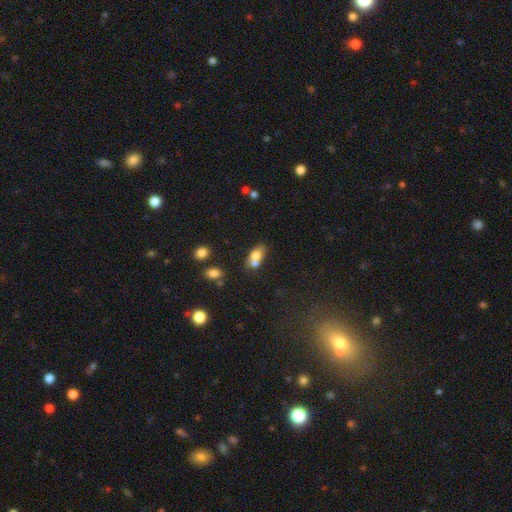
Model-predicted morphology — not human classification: Smooth or featured? smooth (69%)
How rounded? in between (74%)
Merging? merger (54%)